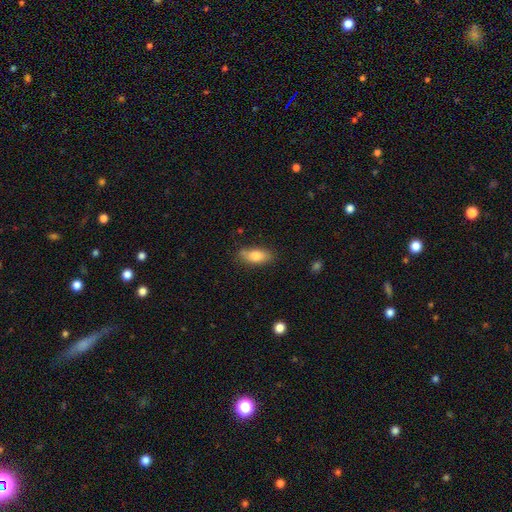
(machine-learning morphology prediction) This appears to be a smooth galaxy with no disk features (80%) that is in between round and cigar-shaped (81%). Merging: none (75%).